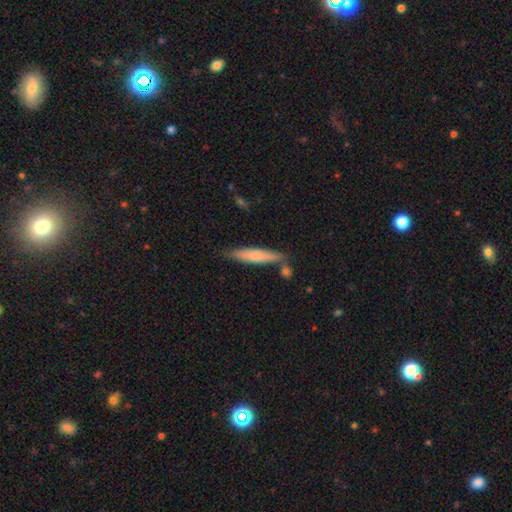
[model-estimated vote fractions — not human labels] Overall: smooth (66%; featured or disk 28%). How rounded: cigar-shaped (86%). Merging: none (75%).